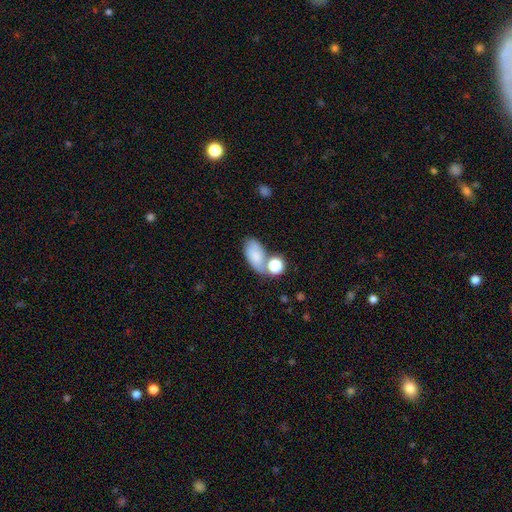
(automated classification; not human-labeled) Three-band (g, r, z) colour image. It shows a smooth galaxy with no disk features (77%) that is in between round and cigar-shaped (89%). Merging: none (45%).